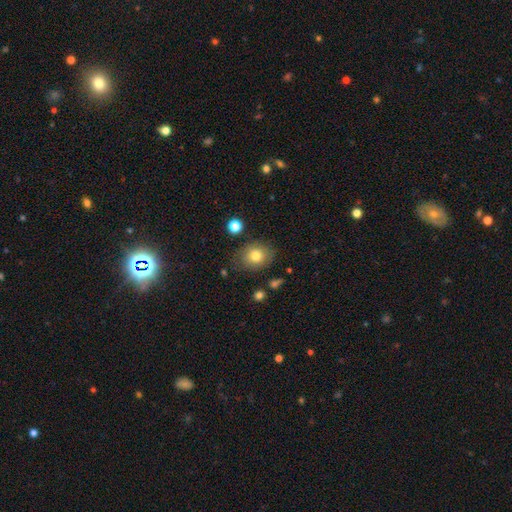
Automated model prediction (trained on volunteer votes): Smooth or featured? smooth (79%)
How rounded? round (53%)
Merging? none (76%)